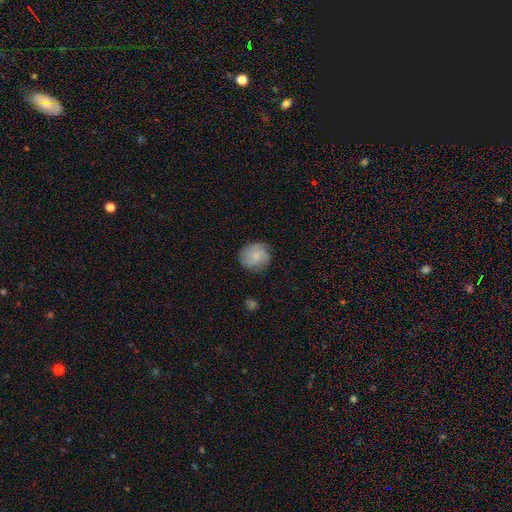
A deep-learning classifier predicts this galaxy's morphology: This is likely a smooth galaxy (67%). How rounded: clearly round (84%). Merging: likely none (78%).